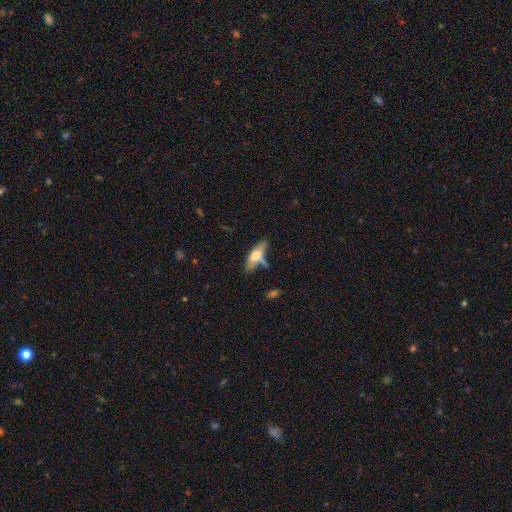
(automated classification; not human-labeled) smooth_or_featured: smooth (p=0.62) [alt: featured or disk p=0.31]
how_rounded: in between (p=0.60) [alt: cigar-shaped p=0.37]
merging: none (p=0.49) [alt: minor disturbance p=0.23]